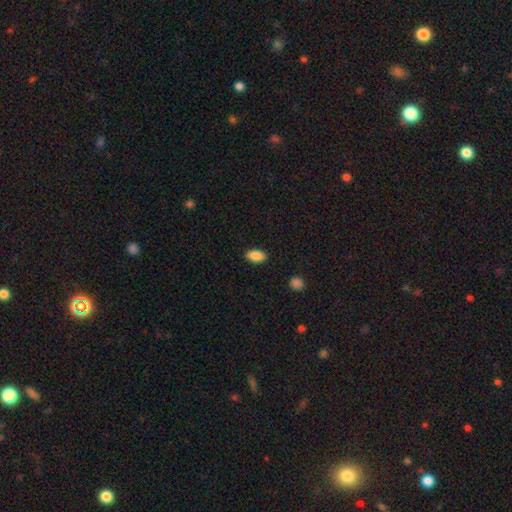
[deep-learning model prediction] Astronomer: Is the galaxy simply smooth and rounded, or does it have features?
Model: smooth — 87%.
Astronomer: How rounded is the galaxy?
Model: in between — 91%.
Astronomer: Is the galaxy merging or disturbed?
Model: none — 88%.